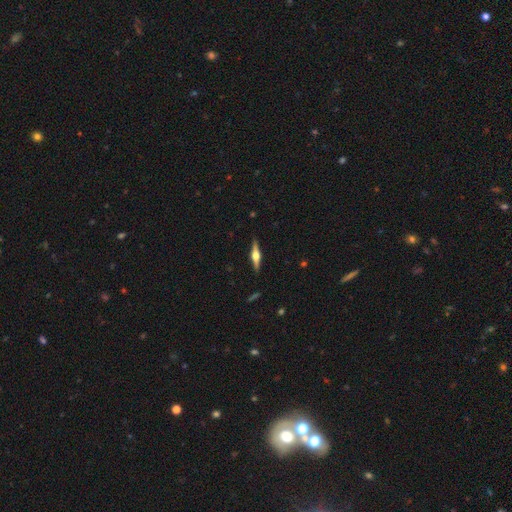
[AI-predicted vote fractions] A featured or disk galaxy (76%) viewed edge-on (98%) with a rounded central bulge (94%).

Vote fractions:
- Smooth or featured? featured or disk: 76% / smooth: 19% / star or artifact: 6%
- Edge-on disk? yes: 98% / no: 2%
- Edge-on bulge? rounded: 94% / boxy: 4% / none: 2%
- Merging? none: 91% / minor disturbance: 7% / major disturbance: 1% / merger: 1%